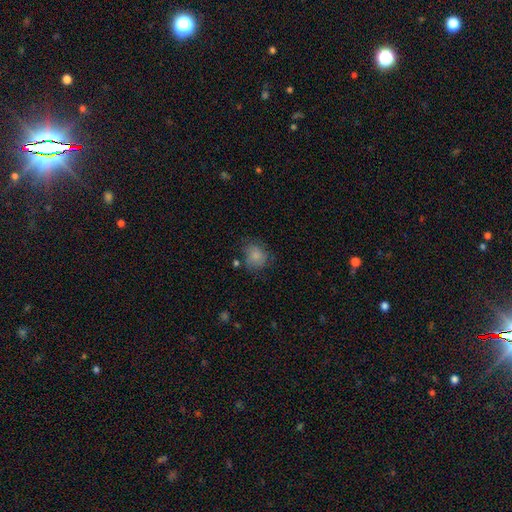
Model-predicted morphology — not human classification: smooth_or_featured: smooth (p=0.81) [alt: featured or disk p=0.10]
how_rounded: round (p=0.71) [alt: in between p=0.28]
merging: none (p=0.66) [alt: minor disturbance p=0.22]